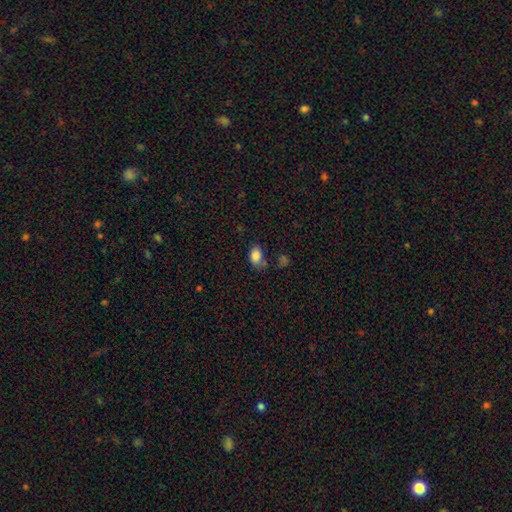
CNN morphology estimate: Smooth or featured? Predicted: smooth (p=0.85). How rounded? Predicted: in between (p=0.82). Merging? Predicted: none (p=0.58).